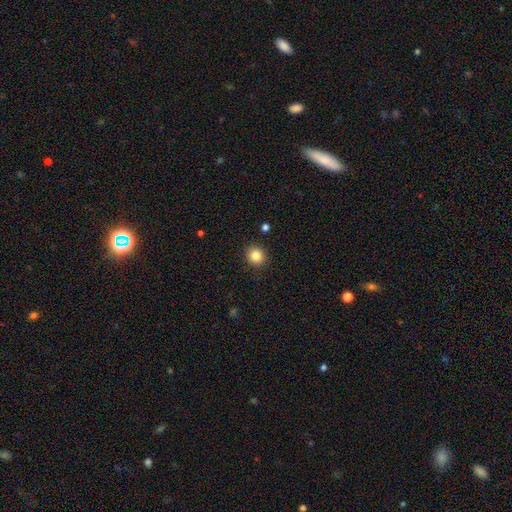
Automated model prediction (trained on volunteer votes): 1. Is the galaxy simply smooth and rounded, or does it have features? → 85% smooth, 10% star or artifact, 5% featured or disk.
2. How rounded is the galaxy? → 87% round, 12% in between, 1% cigar-shaped.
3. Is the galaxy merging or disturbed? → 91% none, 6% minor disturbance, 2% major disturbance, 1% merger.